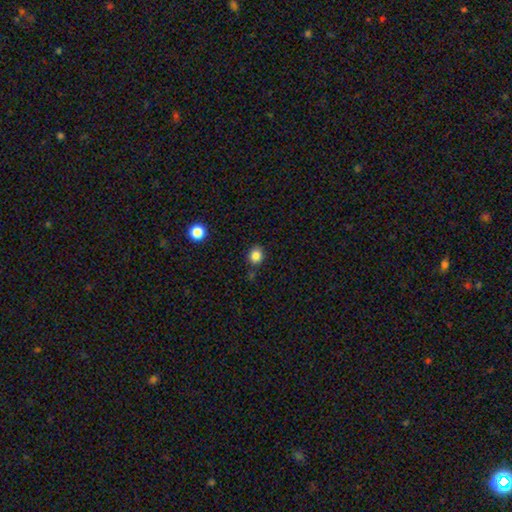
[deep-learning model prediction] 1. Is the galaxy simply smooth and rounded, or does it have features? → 85% smooth, 11% star or artifact, 4% featured or disk.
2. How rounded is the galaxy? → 76% round, 24% in between, 1% cigar-shaped.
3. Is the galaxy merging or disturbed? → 80% none, 13% minor disturbance, 4% merger, 3% major disturbance.